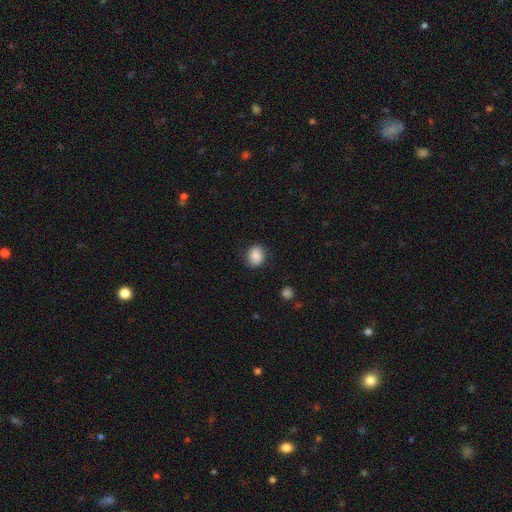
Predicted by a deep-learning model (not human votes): This appears to be a smooth galaxy with no disk features (86%) that is round (60%). Merging: none (81%).